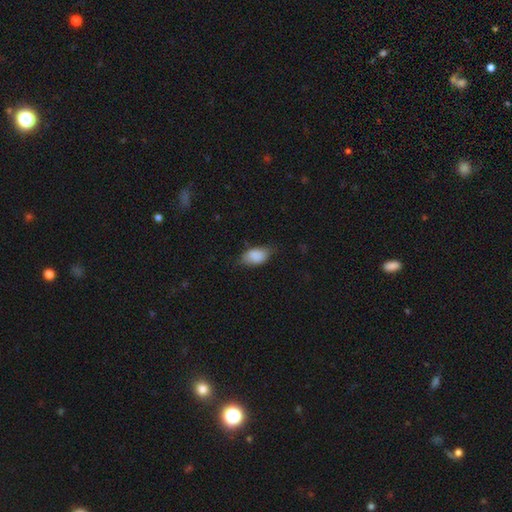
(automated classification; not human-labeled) Q: Smooth or featured?
A: smooth (85%); runner-up: featured or disk (8%)
Q: How rounded?
A: in between (89%); runner-up: round (9%)
Q: Merging?
A: none (61%); runner-up: minor disturbance (30%)